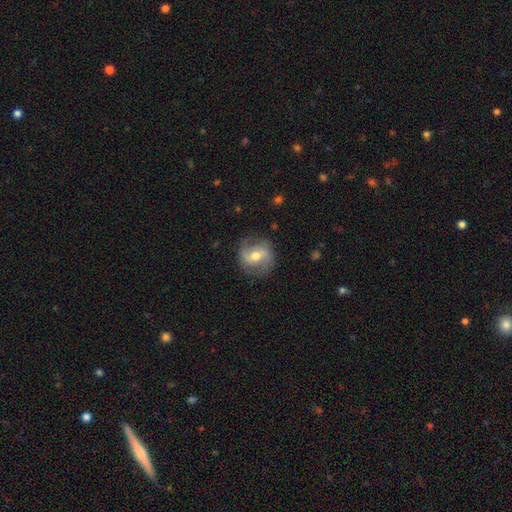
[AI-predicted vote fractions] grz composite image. It shows a featured or disk galaxy (62%) with a weak bar (43%), spiral arms (81%) and a moderate central bulge (70%). Merging: none (77%).